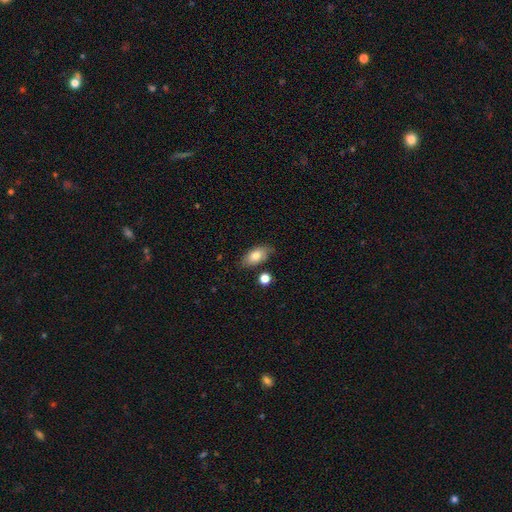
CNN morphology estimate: Smooth or featured? smooth (76%)
How rounded? in between (88%)
Merging? none (74%)